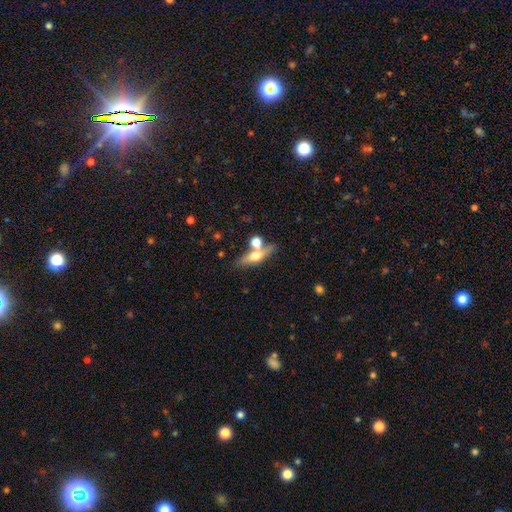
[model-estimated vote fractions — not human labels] smooth_or_featured: featured or disk (p=0.47) [alt: smooth p=0.45]
merging: none (p=0.58) [alt: merger p=0.25]